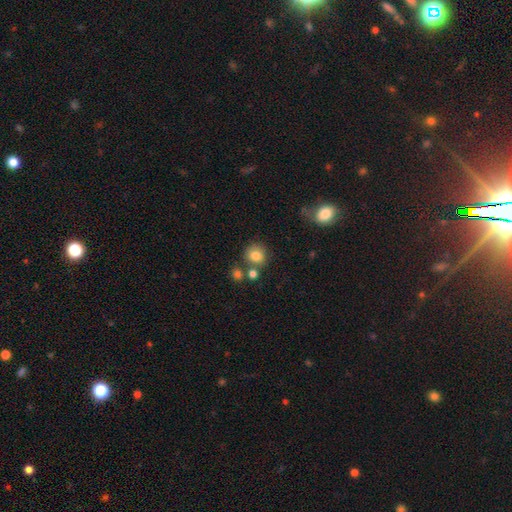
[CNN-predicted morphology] Smooth or featured? Predicted: smooth (p=0.81). How rounded? Predicted: round (p=0.84). Merging? Predicted: none (p=0.68).